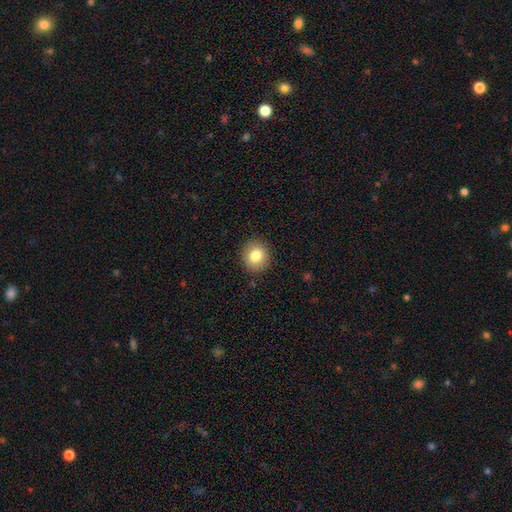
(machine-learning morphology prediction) Q: Smooth or featured?
A: smooth (82%); runner-up: star or artifact (9%)
Q: How rounded?
A: round (82%); runner-up: in between (17%)
Q: Merging?
A: none (89%); runner-up: minor disturbance (7%)